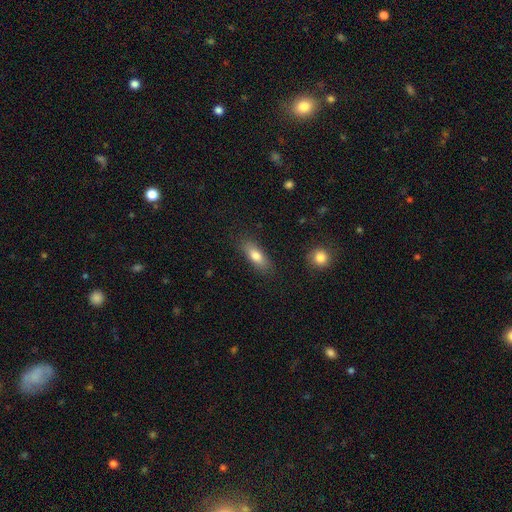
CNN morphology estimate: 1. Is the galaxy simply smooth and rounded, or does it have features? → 77% smooth, 16% featured or disk, 7% star or artifact.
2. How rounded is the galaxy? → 69% in between, 28% cigar-shaped, 3% round.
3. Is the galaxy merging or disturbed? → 83% none, 12% minor disturbance, 3% major disturbance, 2% merger.